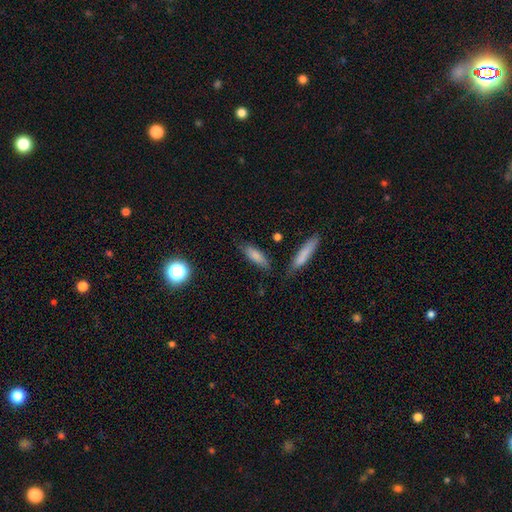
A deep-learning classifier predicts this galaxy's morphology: Smooth or featured? smooth (82%)
How rounded? cigar-shaped (50%)
Merging? none (72%)